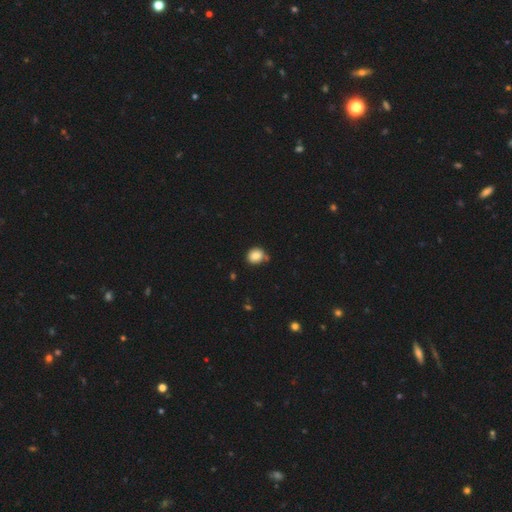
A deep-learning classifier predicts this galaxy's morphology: Q: Smooth or featured?
A: smooth (85%); runner-up: star or artifact (10%)
Q: How rounded?
A: round (71%); runner-up: in between (28%)
Q: Merging?
A: none (70%); runner-up: minor disturbance (18%)